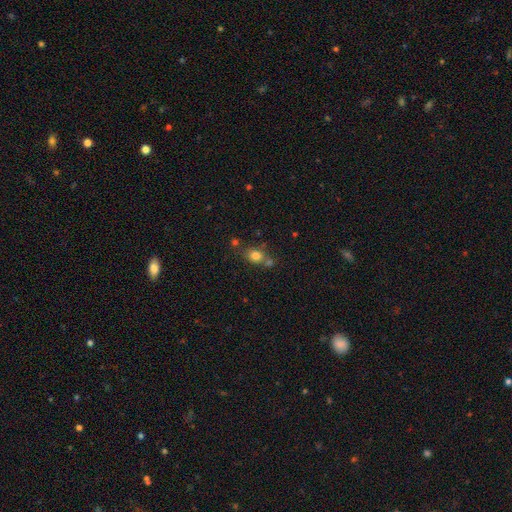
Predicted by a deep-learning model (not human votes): Smooth or featured: smooth — 78% (star or artifact — 13%)
How rounded: round — 55% (in between — 43%)
Merging: none — 60% (merger — 22%)